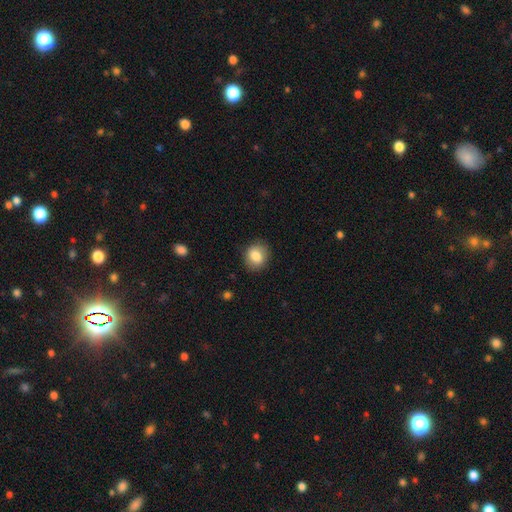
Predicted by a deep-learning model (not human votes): Smooth or featured? smooth (83%)
How rounded? round (62%)
Merging? none (83%)